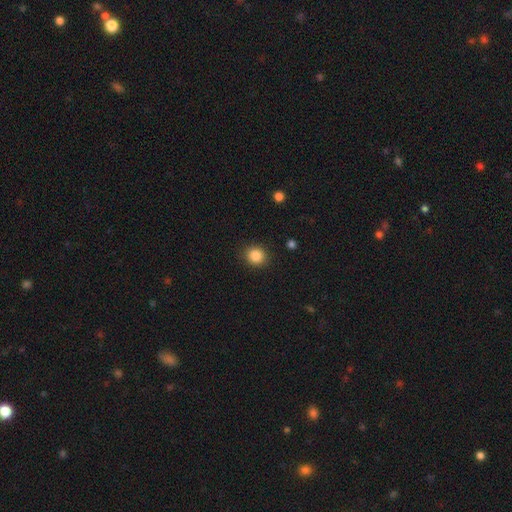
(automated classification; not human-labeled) Smooth or featured? smooth (86%)
How rounded? round (83%)
Merging? none (90%)